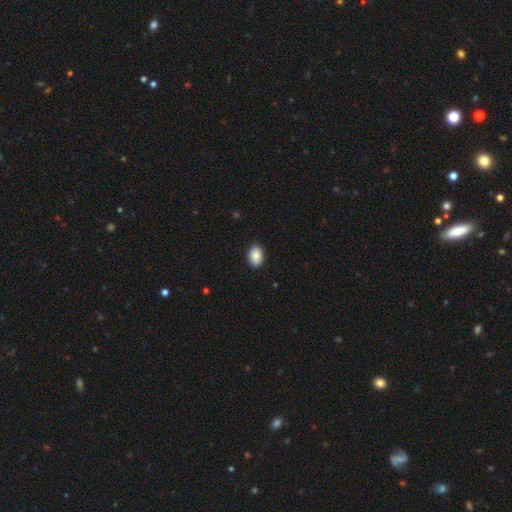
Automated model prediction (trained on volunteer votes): smooth 88%, star or artifact 7%, featured or disk 5%. Down the decision tree: how rounded — in between (84%); merging — none (88%).